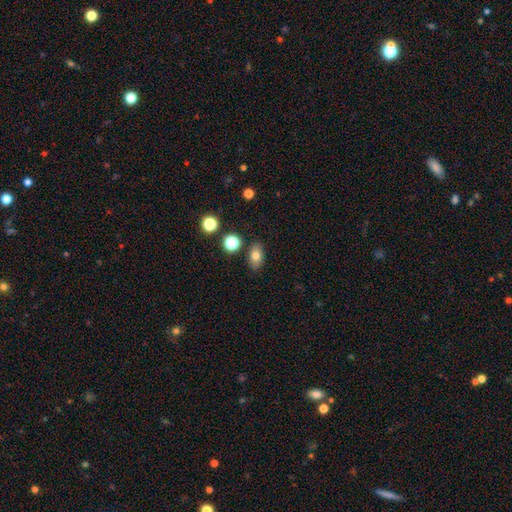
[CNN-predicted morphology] Smooth or featured: smooth — 77% (featured or disk — 12%)
How rounded: in between — 85% (round — 13%)
Merging: none — 83% (minor disturbance — 10%)